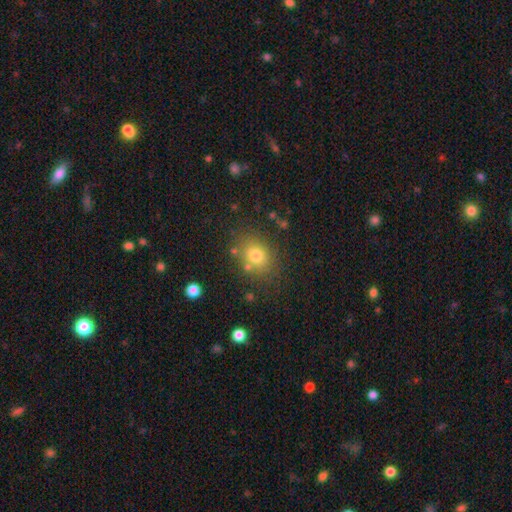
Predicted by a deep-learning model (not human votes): Smooth or featured?
  - smooth: 75% *
  - star or artifact: 14%
  - featured or disk: 11%
How rounded?
  - round: 53% *
  - in between: 46%
  - cigar-shaped: 1%
Merging?
  - none: 78% *
  - minor disturbance: 12%
  - merger: 6%
  - major disturbance: 5%